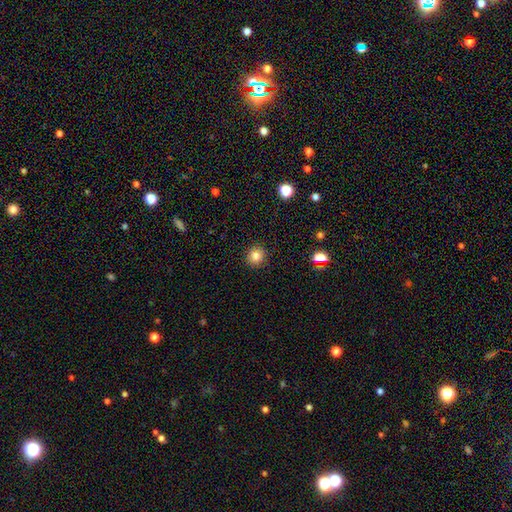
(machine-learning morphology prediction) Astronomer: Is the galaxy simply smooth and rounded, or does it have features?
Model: smooth — 82%.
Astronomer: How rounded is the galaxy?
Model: round — 88%.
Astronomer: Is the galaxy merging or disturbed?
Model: none — 91%.